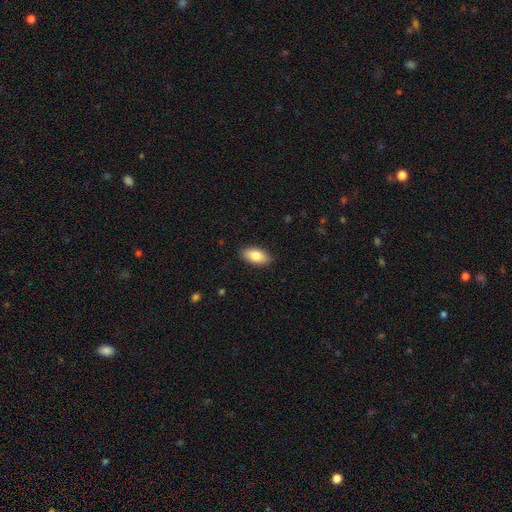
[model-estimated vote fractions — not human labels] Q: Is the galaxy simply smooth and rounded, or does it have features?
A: smooth — 83%.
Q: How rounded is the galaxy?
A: in between — 92%.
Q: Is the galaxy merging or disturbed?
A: none — 88%.